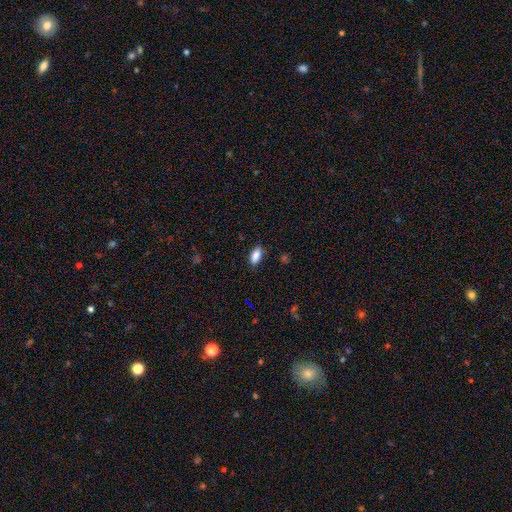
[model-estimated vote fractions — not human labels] smooth 88%, star or artifact 8%, featured or disk 4%. Down the decision tree: how rounded — in between (89%); merging — none (85%).